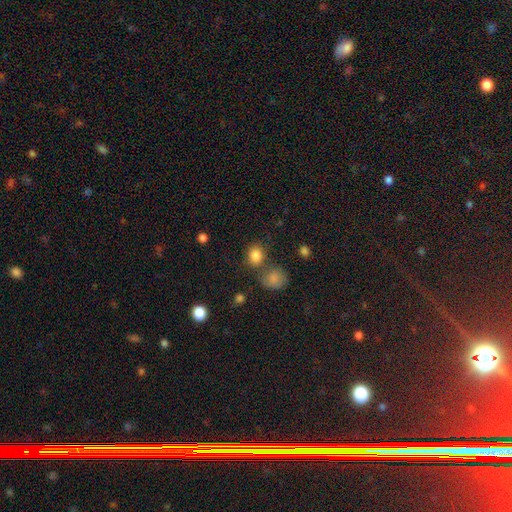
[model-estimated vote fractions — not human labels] This appears to be a smooth galaxy with no disk features (83%) that is round (64%). Merging: none (62%).